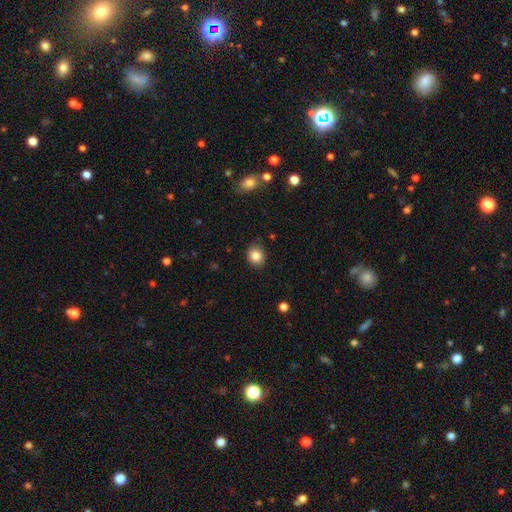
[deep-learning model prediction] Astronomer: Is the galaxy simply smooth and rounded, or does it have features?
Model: smooth — 85%.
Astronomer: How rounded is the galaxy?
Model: round — 69%.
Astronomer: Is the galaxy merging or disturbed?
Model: none — 83%.